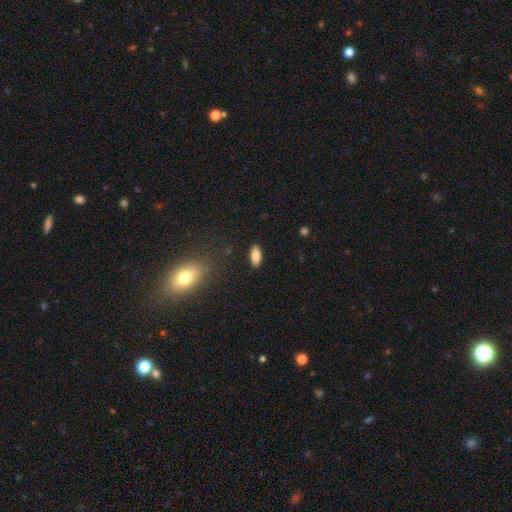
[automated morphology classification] smooth-or-featured: smooth: 85% | star or artifact: 8% | featured or disk: 7%
  how-rounded: in between: 87% | cigar-shaped: 10% | round: 2%
  merging: none: 87% | minor disturbance: 9% | major disturbance: 2% | merger: 1%